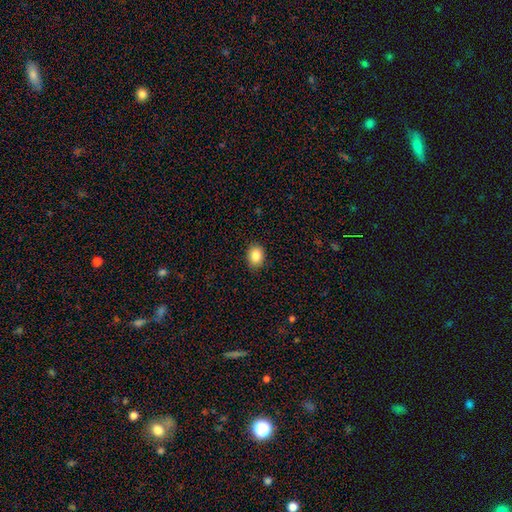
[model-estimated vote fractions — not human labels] smooth 86%, star or artifact 9%, featured or disk 5%. Down the decision tree: how rounded — in between (57%); merging — none (89%).